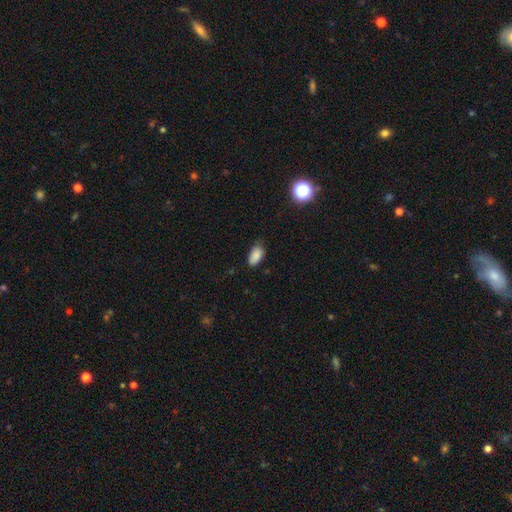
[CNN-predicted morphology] This is clearly a smooth galaxy (86%). How rounded: clearly in between (93%). Merging: likely none (69%).